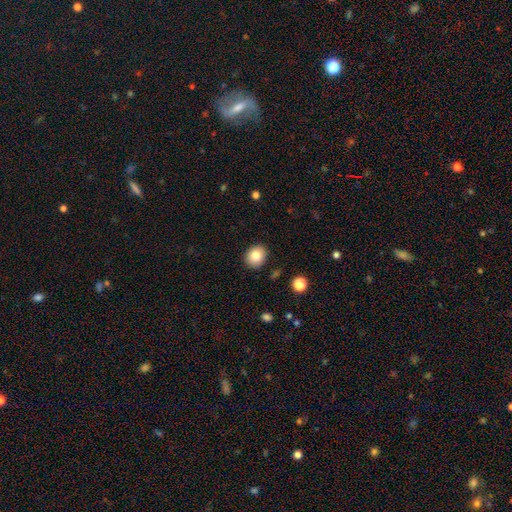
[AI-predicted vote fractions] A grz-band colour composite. It shows a smooth galaxy with no disk features (82%) that is round (63%). Merging: none (89%).